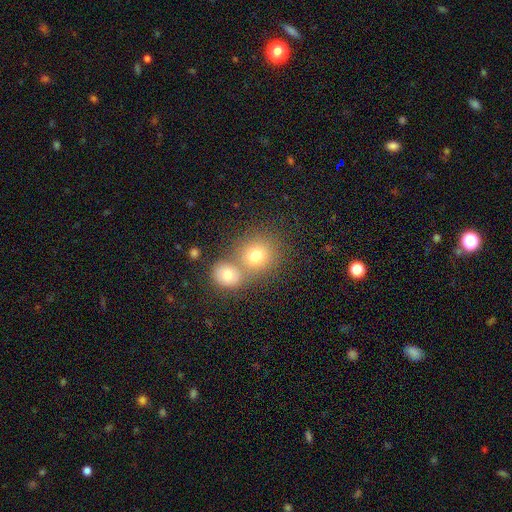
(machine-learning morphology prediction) Q: Smooth or featured?
A: smooth (75%); runner-up: star or artifact (13%)
Q: How rounded?
A: round (84%); runner-up: in between (15%)
Q: Merging?
A: none (48%); runner-up: merger (42%)